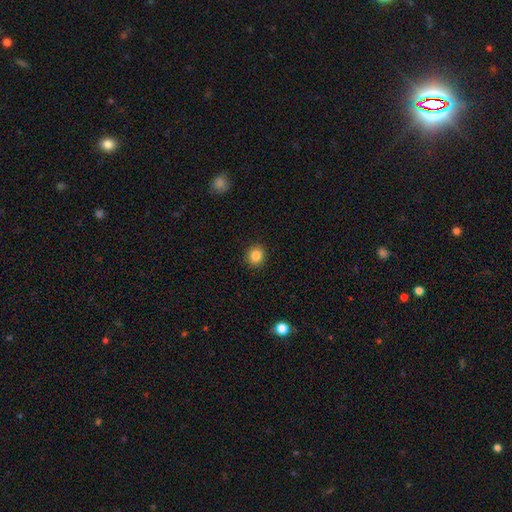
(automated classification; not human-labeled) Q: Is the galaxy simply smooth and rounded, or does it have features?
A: smooth — 85%.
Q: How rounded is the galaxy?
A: round — 85%.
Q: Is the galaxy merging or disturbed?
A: none — 92%.